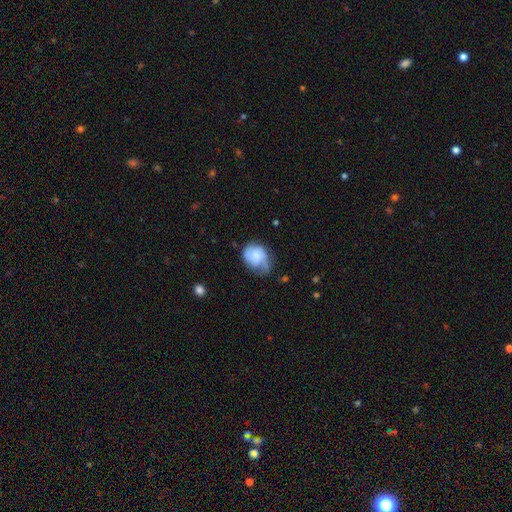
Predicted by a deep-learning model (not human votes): Smooth or featured?
  - smooth: 57% *
  - featured or disk: 35%
  - star or artifact: 8%
How rounded?
  - round: 54% *
  - in between: 45%
  - cigar-shaped: 1%
Merging?
  - minor disturbance: 40% *
  - none: 33%
  - major disturbance: 24%
  - merger: 3%